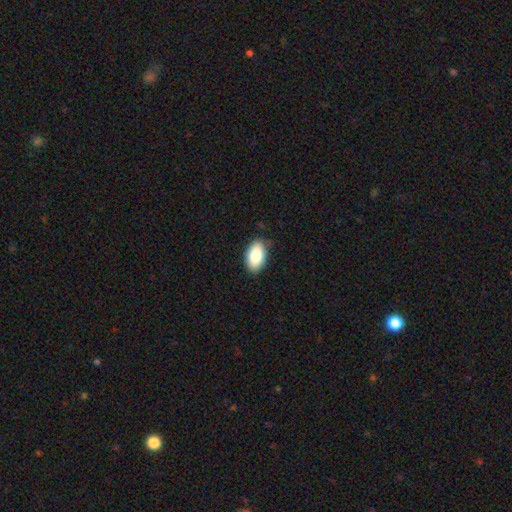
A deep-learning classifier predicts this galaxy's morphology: This appears to be a smooth galaxy with no disk features (84%) that is in between round and cigar-shaped (93%). Merging: none (85%).